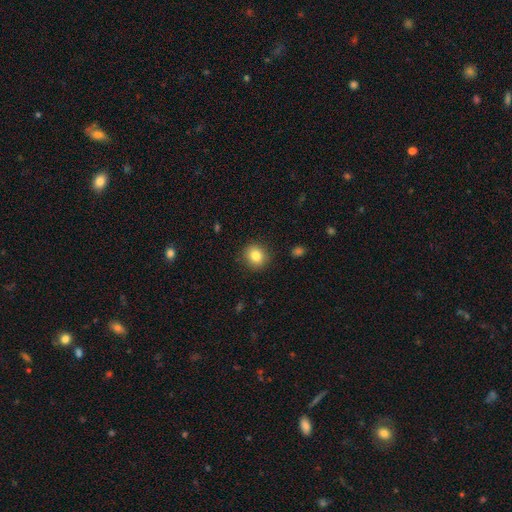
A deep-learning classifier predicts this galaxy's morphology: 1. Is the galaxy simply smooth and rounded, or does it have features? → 83% smooth, 10% star or artifact, 7% featured or disk.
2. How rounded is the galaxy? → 84% round, 15% in between, 1% cigar-shaped.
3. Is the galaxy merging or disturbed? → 90% none, 7% minor disturbance, 2% major disturbance, 1% merger.